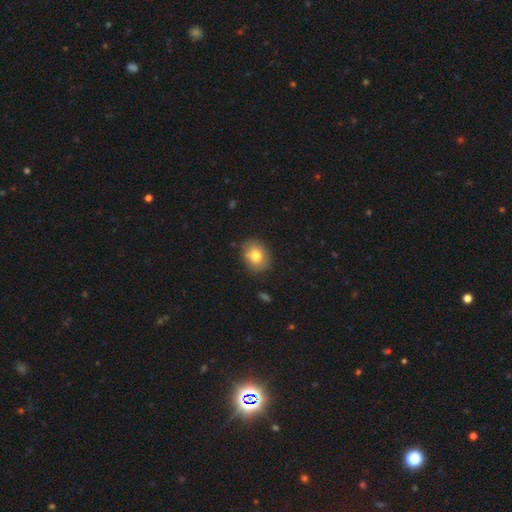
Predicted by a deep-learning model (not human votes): A smooth galaxy with no disk features (77%) that is in between round and cigar-shaped (50%).

Vote fractions:
- Smooth or featured? smooth: 77% / featured or disk: 14% / star or artifact: 9%
- How rounded? in between: 50% / round: 49% / cigar-shaped: 1%
- Merging? none: 85% / minor disturbance: 11% / major disturbance: 2% / merger: 2%